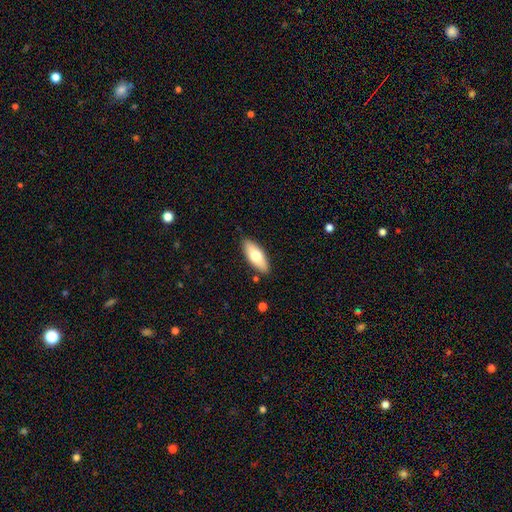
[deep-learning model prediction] Smooth or featured?
  - smooth: 70% *
  - featured or disk: 24%
  - star or artifact: 6%
How rounded?
  - in between: 77% *
  - cigar-shaped: 20%
  - round: 2%
Merging?
  - none: 86% *
  - minor disturbance: 10%
  - major disturbance: 2%
  - merger: 2%